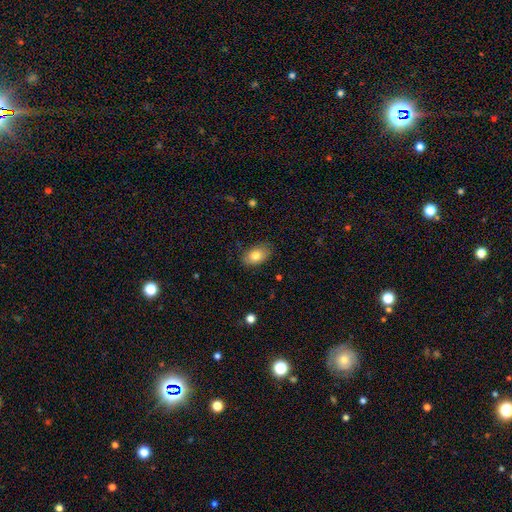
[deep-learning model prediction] A smooth galaxy with no disk features (80%) that is in between round and cigar-shaped (90%).

Vote fractions:
- Smooth or featured? smooth: 80% / featured or disk: 13% / star or artifact: 8%
- How rounded? in between: 90% / round: 9% / cigar-shaped: 2%
- Merging? none: 82% / minor disturbance: 14% / major disturbance: 3% / merger: 1%